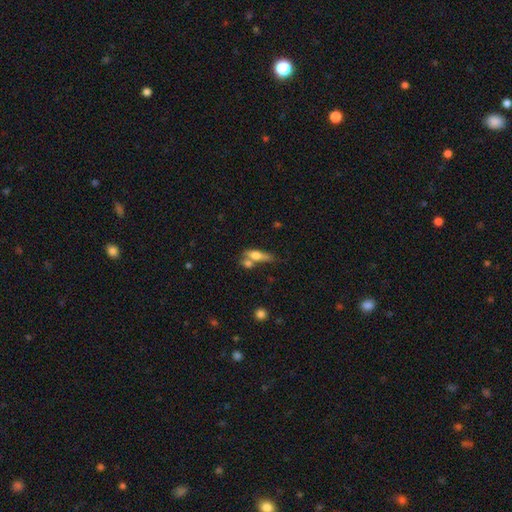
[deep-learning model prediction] The model was most divided on "merging": none: 39%, merger: 38%, minor disturbance: 15%, major disturbance: 8%. Remaining: smooth or featured — smooth (60%); how rounded — cigar-shaped (50%).